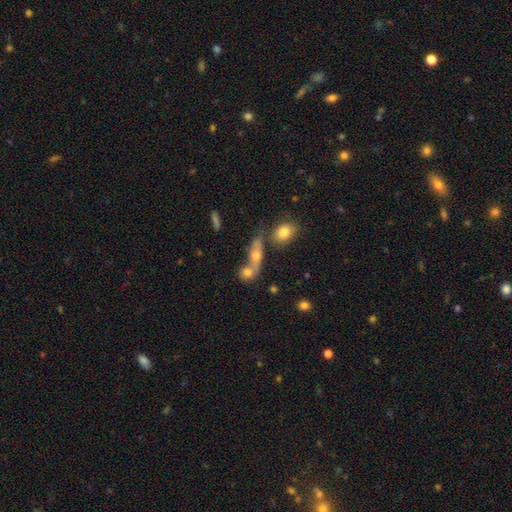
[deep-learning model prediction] A smooth galaxy with no disk features (55%) that is in between round and cigar-shaped (48%). Merging: merger (45%).